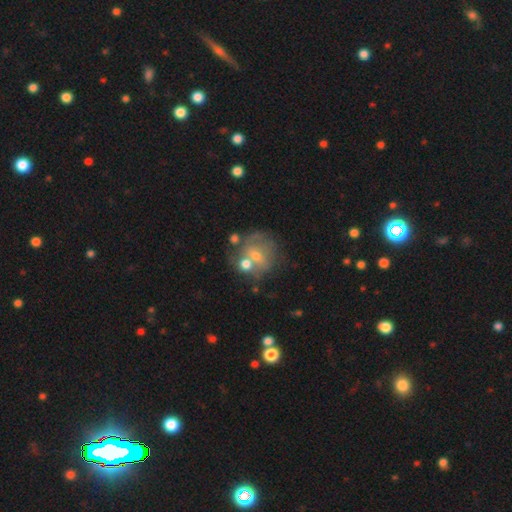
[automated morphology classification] smooth-or-featured: featured or disk: 46% | smooth: 40% | star or artifact: 14%
  merging: none: 45% | merger: 27% | minor disturbance: 17% | major disturbance: 11%